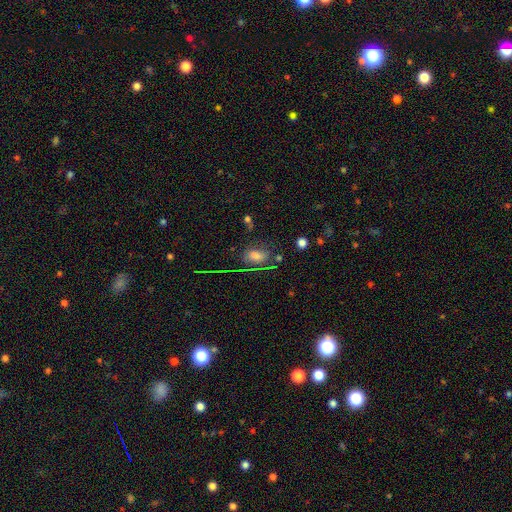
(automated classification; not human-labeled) Smooth or featured? smooth (55%)
How rounded? in between (77%)
Merging? none (56%)